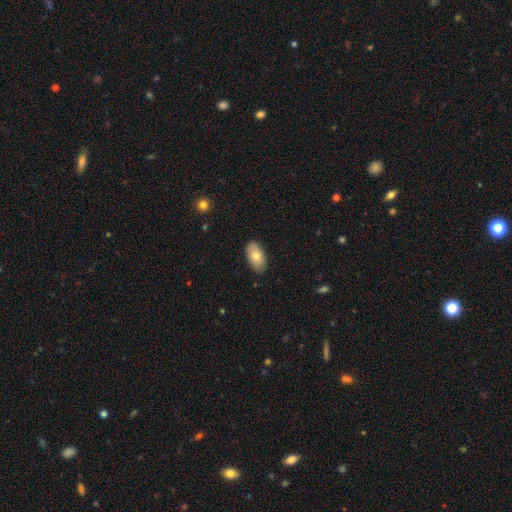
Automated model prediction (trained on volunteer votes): Smooth or featured: smooth — 76% (featured or disk — 18%)
How rounded: in between — 94% (round — 3%)
Merging: none — 85% (minor disturbance — 12%)